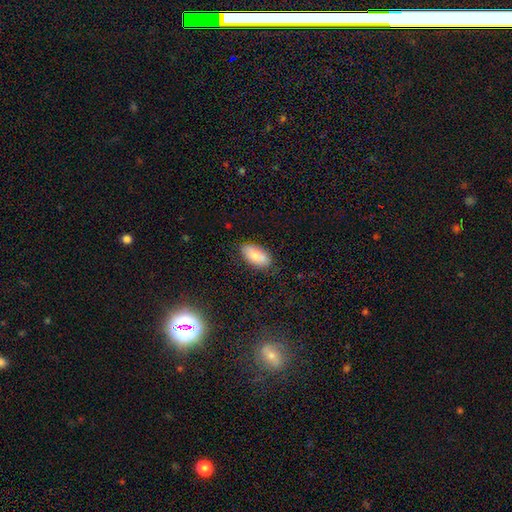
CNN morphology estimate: Smooth or featured?
  - smooth: 81% *
  - featured or disk: 12%
  - star or artifact: 7%
How rounded?
  - in between: 92% *
  - cigar-shaped: 5%
  - round: 3%
Merging?
  - none: 81% *
  - minor disturbance: 15%
  - major disturbance: 3%
  - merger: 1%